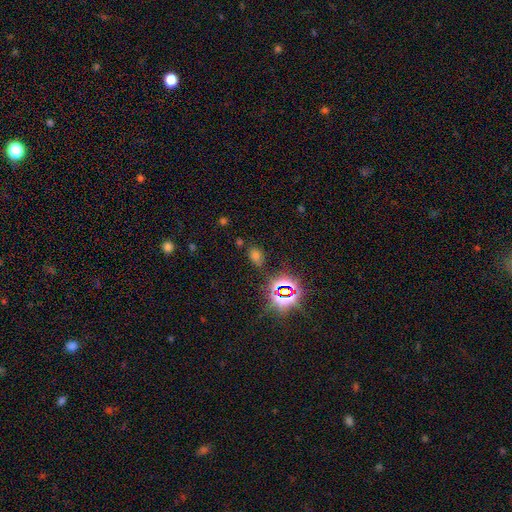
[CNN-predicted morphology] A smooth galaxy with no disk features (50%). Merging: none (79%).